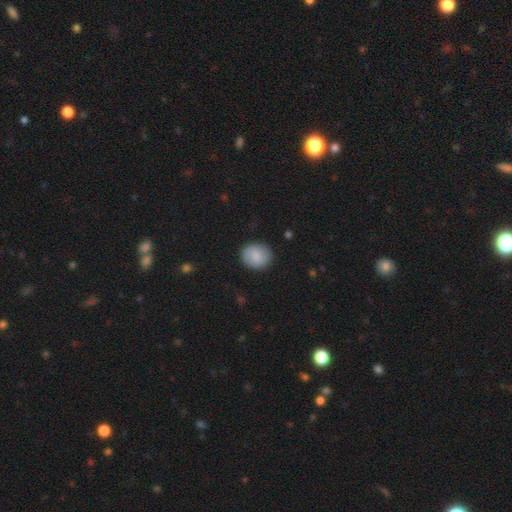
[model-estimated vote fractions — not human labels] Smooth or featured? smooth (82%)
How rounded? round (78%)
Merging? none (88%)